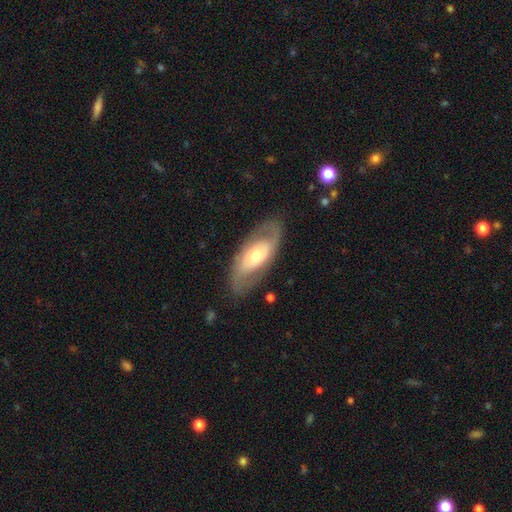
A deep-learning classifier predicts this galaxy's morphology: A featured or disk galaxy (69%) with no bar (57%), spiral arms (73%) and a moderate central bulge (61%).

Vote fractions:
- Smooth or featured? featured or disk: 69% / smooth: 25% / star or artifact: 5%
- Edge-on disk? no: 90% / yes: 10%
- Bar? no: 57% / weak: 28% / strong: 15%
- Spiral arms? yes: 73% / no: 27%
- Bulge size? moderate: 61% / small: 27% / large: 10% / dominant: 1% / none: 1%
- Merging? none: 79% / minor disturbance: 14% / major disturbance: 6% / merger: 1%